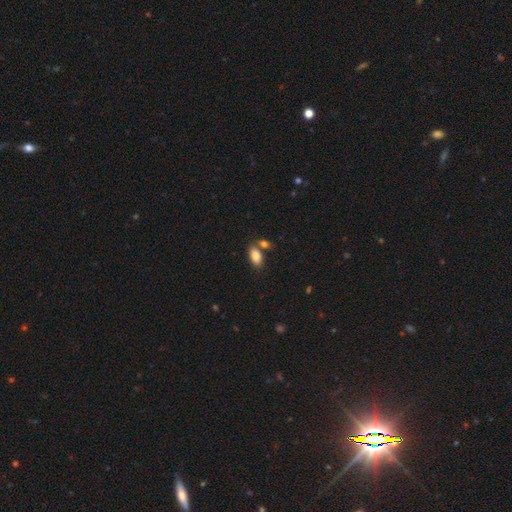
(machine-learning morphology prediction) This is clearly a smooth galaxy (85%). How rounded: clearly in between (93%). Merging: likely none (61%).